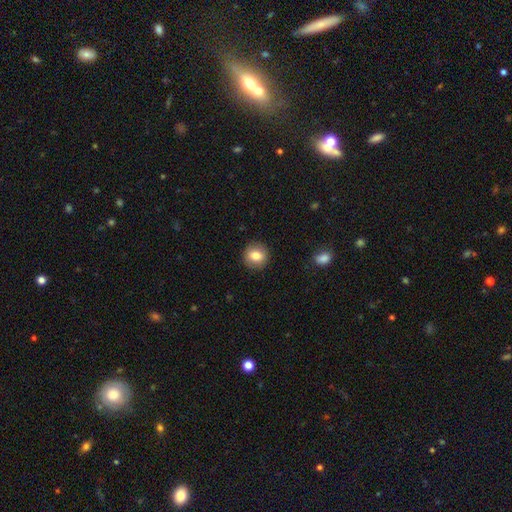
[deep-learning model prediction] Smooth or featured? Predicted: smooth (p=0.79). How rounded? Predicted: round (p=0.85). Merging? Predicted: none (p=0.90).